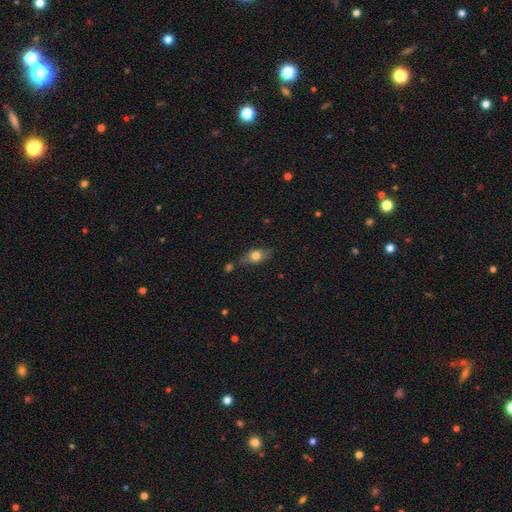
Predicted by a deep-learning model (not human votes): The model was most divided on "smooth or featured": smooth: 68%, featured or disk: 24%, star or artifact: 8%. More confident: how rounded — in between (80%); merging — none (72%).